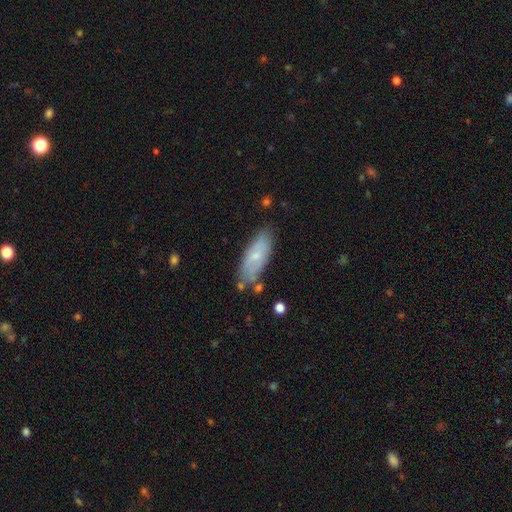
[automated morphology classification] This appears to be a smooth galaxy with no disk features (61%) that is in between round and cigar-shaped (73%). Merging: none (74%).